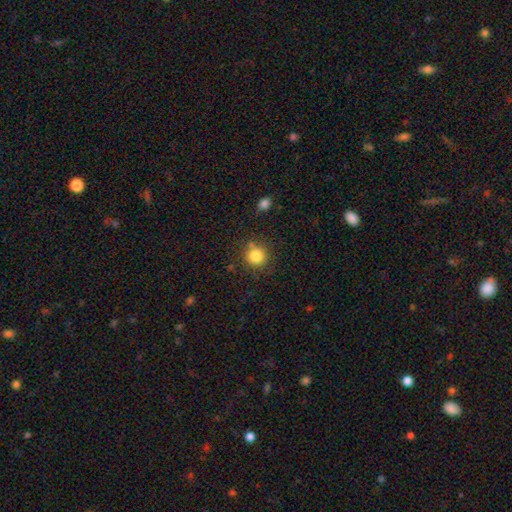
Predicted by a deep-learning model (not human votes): A smooth galaxy with no disk features (84%) that is round (92%). Merging: none (82%).